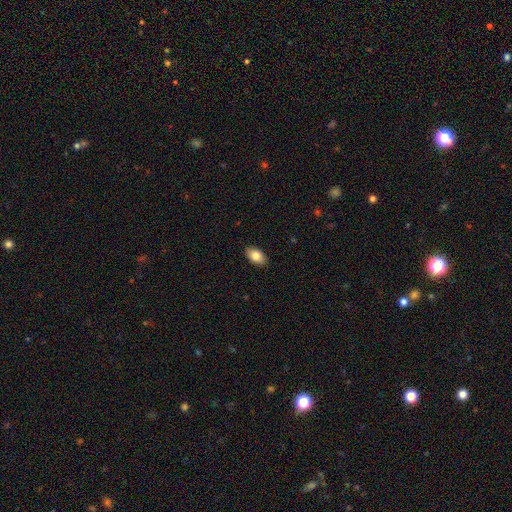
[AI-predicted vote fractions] Overall: smooth (83%). How rounded: in between (93%). Merging: none (89%).